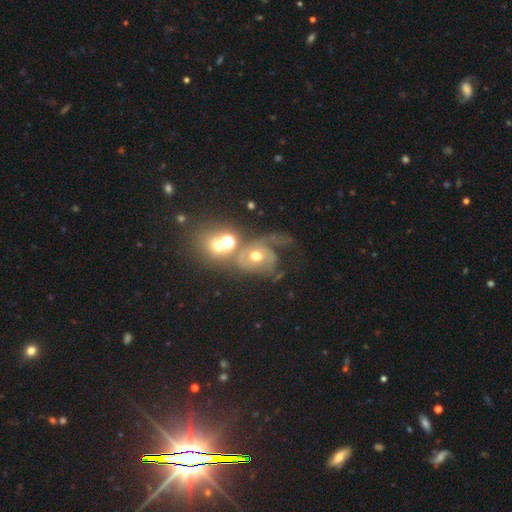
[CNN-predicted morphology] Q: Smooth or featured?
A: featured or disk (53%); runner-up: smooth (29%)
Q: Edge-on disk?
A: no (97%); runner-up: yes (3%)
Q: Bar?
A: no (79%); runner-up: weak (16%)
Q: Spiral arms?
A: yes (63%); runner-up: no (37%)
Q: Bulge size?
A: moderate (65%); runner-up: large (15%)
Q: Merging?
A: major disturbance (33%); runner-up: merger (28%)